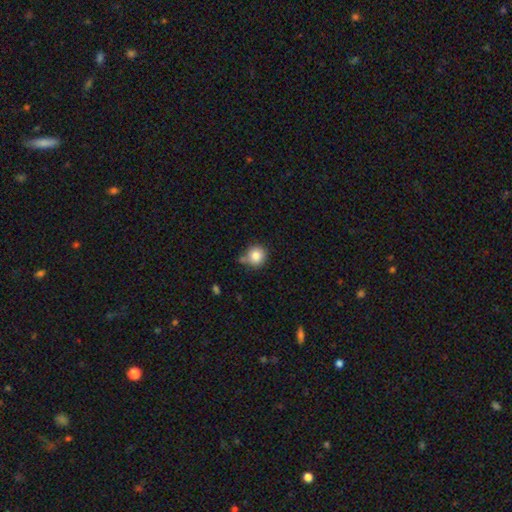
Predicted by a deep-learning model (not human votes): Q: Smooth or featured?
A: smooth (83%); runner-up: star or artifact (10%)
Q: How rounded?
A: round (92%); runner-up: in between (7%)
Q: Merging?
A: none (67%); runner-up: minor disturbance (16%)